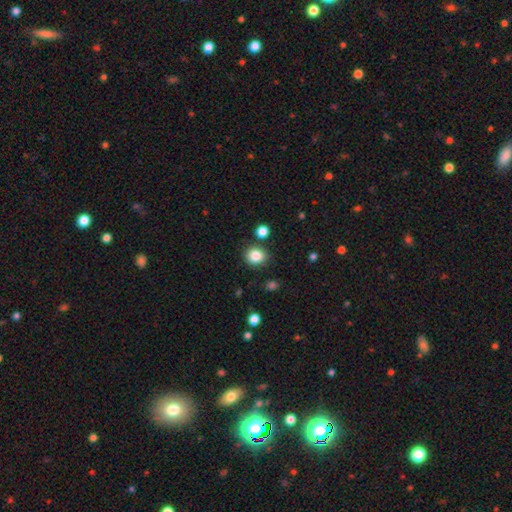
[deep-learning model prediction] Smooth or featured? smooth (85%)
How rounded? round (79%)
Merging? none (84%)